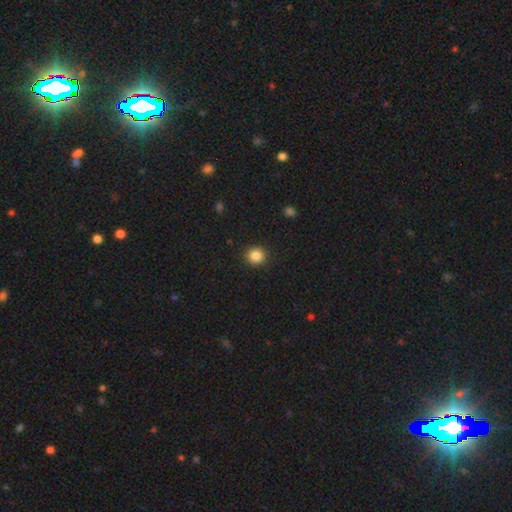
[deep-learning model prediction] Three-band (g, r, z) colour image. It shows a smooth galaxy with no disk features (86%) that is round (90%). Merging: none (91%).